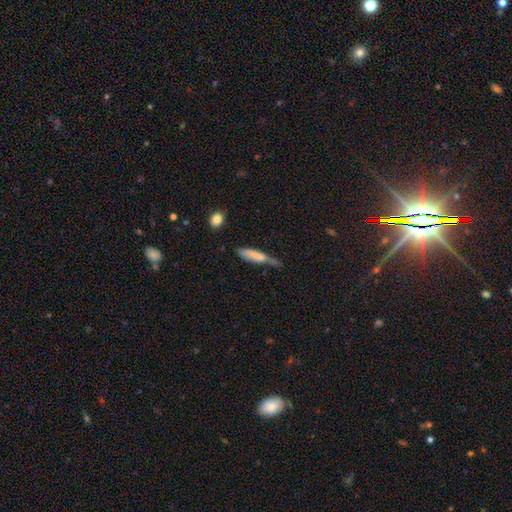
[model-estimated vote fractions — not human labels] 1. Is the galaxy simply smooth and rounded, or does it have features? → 71% smooth, 21% featured or disk, 7% star or artifact.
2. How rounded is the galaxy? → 81% cigar-shaped, 17% in between, 2% round.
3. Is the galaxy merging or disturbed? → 38% none, 37% minor disturbance, 19% major disturbance, 6% merger.